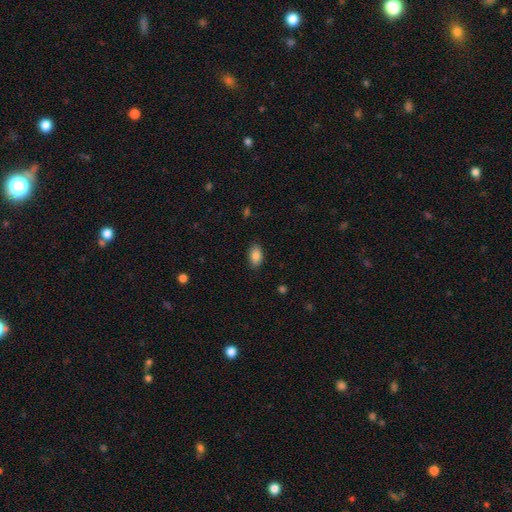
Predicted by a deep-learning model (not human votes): This is clearly a smooth galaxy (87%). How rounded: clearly in between (91%). Merging: clearly none (87%).